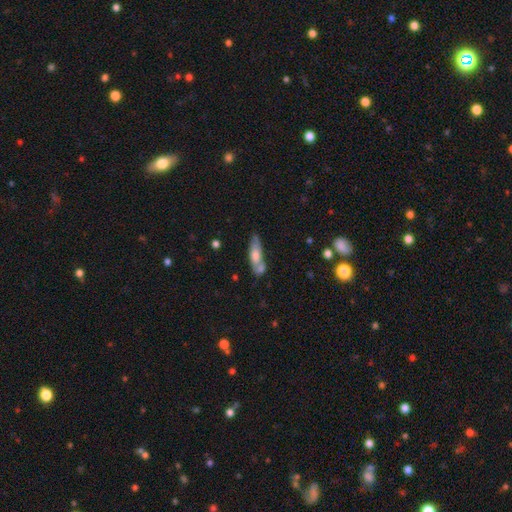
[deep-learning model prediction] Smooth or featured? smooth (57%)
How rounded? cigar-shaped (58%)
Merging? none (51%)